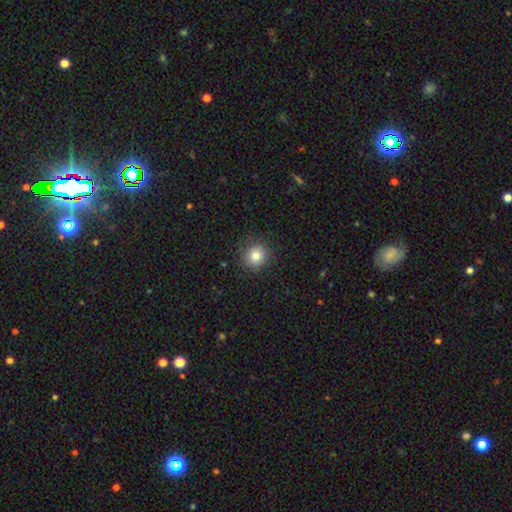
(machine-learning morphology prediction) Smooth or featured: smooth — 80% (star or artifact — 12%)
How rounded: round — 88% (in between — 11%)
Merging: none — 88% (minor disturbance — 9%)